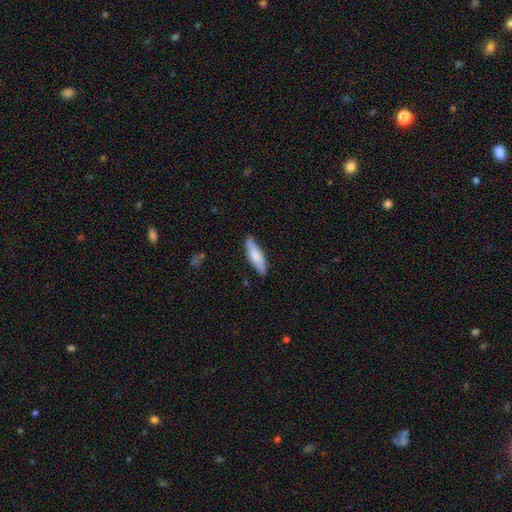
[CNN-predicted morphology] Overall: smooth (75%). How rounded: cigar-shaped (61%; in between 38%). Merging: none (80%).